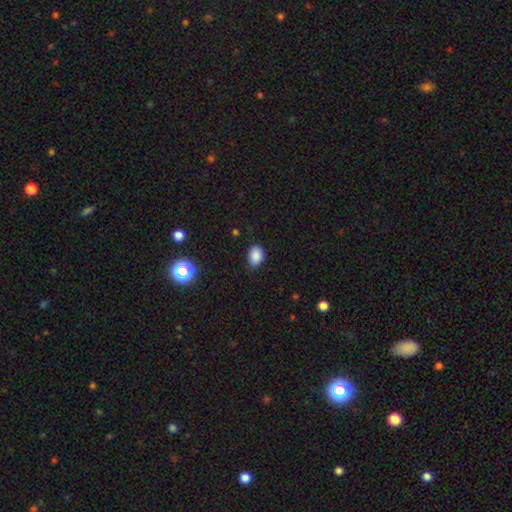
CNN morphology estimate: smooth 85%, star or artifact 11%, featured or disk 4%. Down the decision tree: how rounded — in between (79%); merging — none (75%).